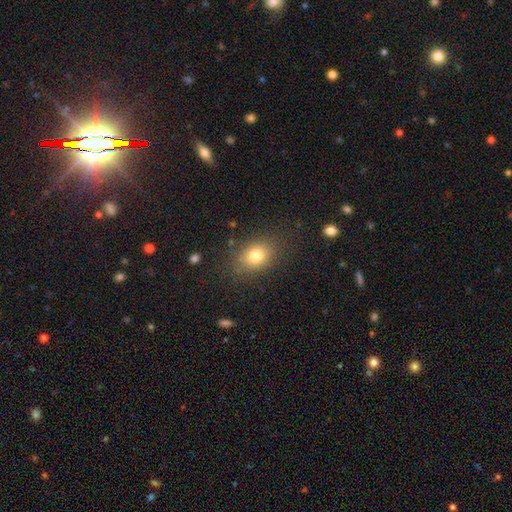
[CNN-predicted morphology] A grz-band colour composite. It shows a smooth galaxy with no disk features (80%) that is in between round and cigar-shaped (65%). Merging: none (80%).